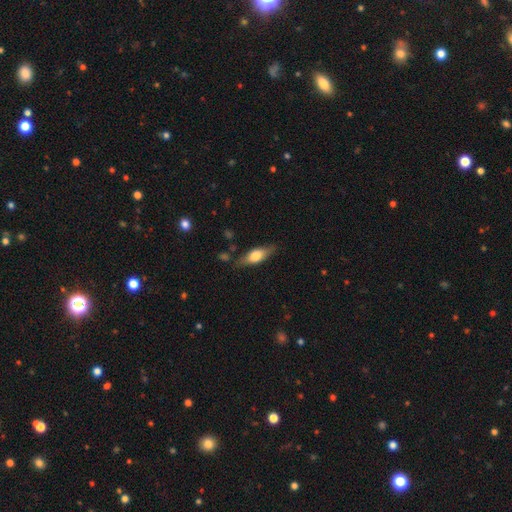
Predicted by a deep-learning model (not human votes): Morphology: type=smooth (57%); roundness=in between (62%); merging=none (79%).